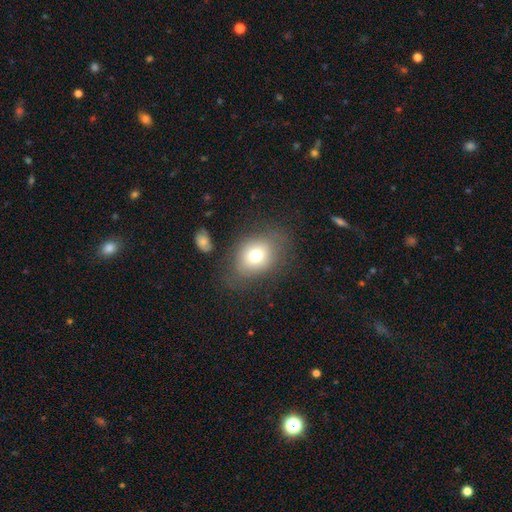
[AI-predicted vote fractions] Smooth or featured?
  - smooth: 72% *
  - featured or disk: 15%
  - star or artifact: 12%
How rounded?
  - in between: 51% *
  - round: 49%
  - cigar-shaped: 1%
Merging?
  - none: 71% *
  - minor disturbance: 16%
  - major disturbance: 9%
  - merger: 3%